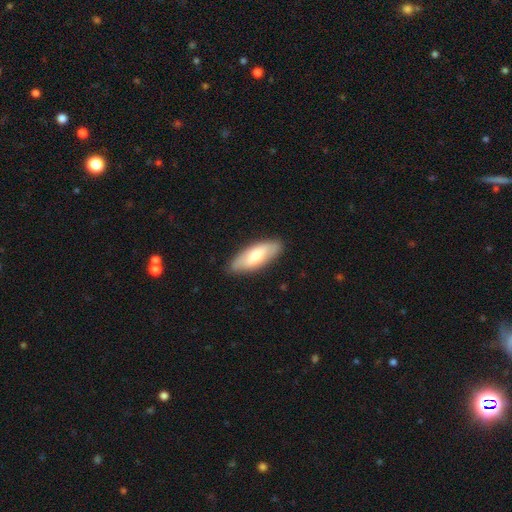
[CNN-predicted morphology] Smooth or featured: smooth — 62% (featured or disk — 33%)
How rounded: in between — 72% (cigar-shaped — 26%)
Merging: none — 85% (minor disturbance — 12%)